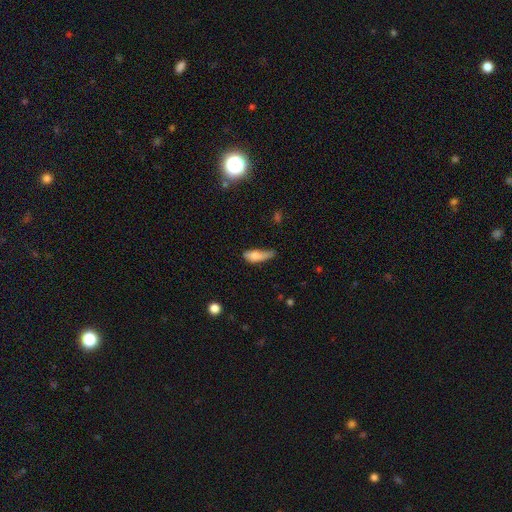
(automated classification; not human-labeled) Smooth or featured?
  - smooth: 73% *
  - featured or disk: 19%
  - star or artifact: 8%
How rounded?
  - in between: 62% *
  - cigar-shaped: 34%
  - round: 4%
Merging?
  - minor disturbance: 42% *
  - none: 28%
  - major disturbance: 24%
  - merger: 6%